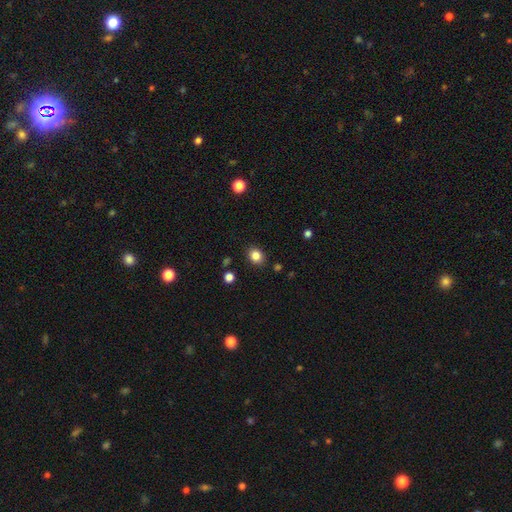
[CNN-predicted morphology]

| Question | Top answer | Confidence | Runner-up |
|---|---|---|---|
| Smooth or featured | smooth | 84% | star or artifact (11%) |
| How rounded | round | 57% | in between (42%) |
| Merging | none | 88% | minor disturbance (8%) |